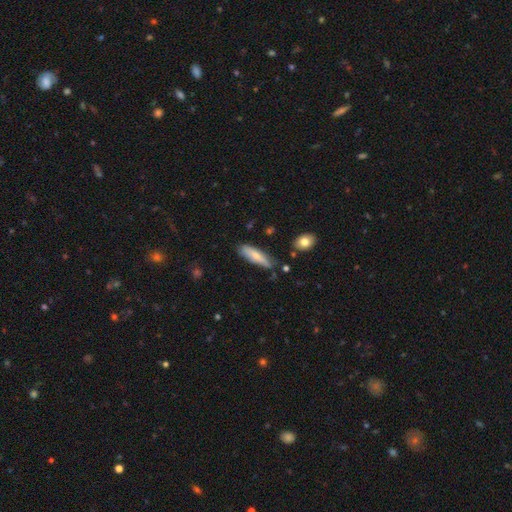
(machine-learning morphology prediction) This appears to be a smooth galaxy with no disk features (73%) that is cigar-shaped (62%). Merging: none (69%).